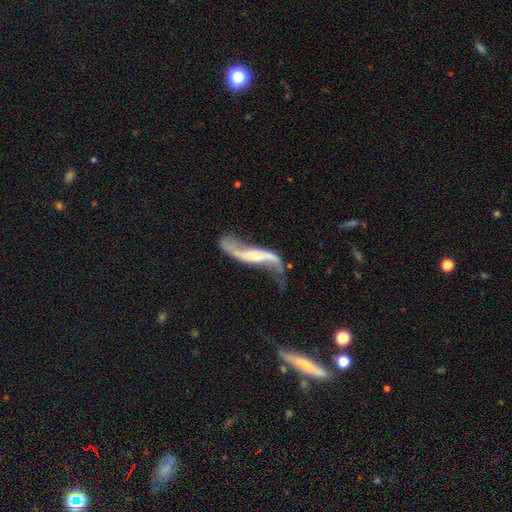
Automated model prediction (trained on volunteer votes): Smooth or featured: featured or disk — 81% (smooth — 12%)
Edge-on disk: no — 82% (yes — 18%)
Bar: no — 39% (weak — 33%)
Spiral arms: yes — 90% (no — 10%)
Spiral winding: loose — 91% (medium — 7%)
Spiral arm count: 2 — 90% (1 — 4%)
Bulge size: none — 50% (small — 29%)
Merging: none — 46% (major disturbance — 23%)